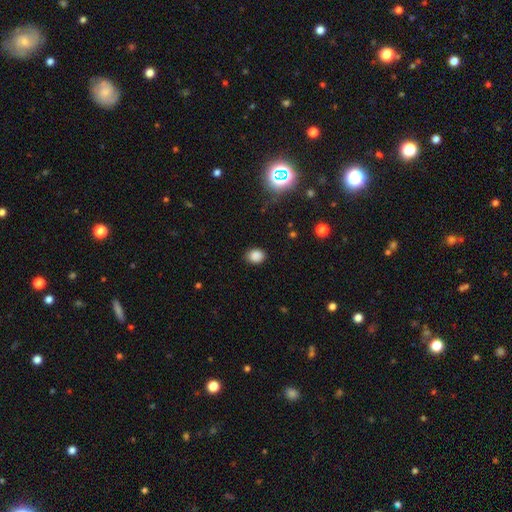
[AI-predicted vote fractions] smooth 86%, star or artifact 11%, featured or disk 3%. Down the decision tree: how rounded — round (51%); merging — none (86%).